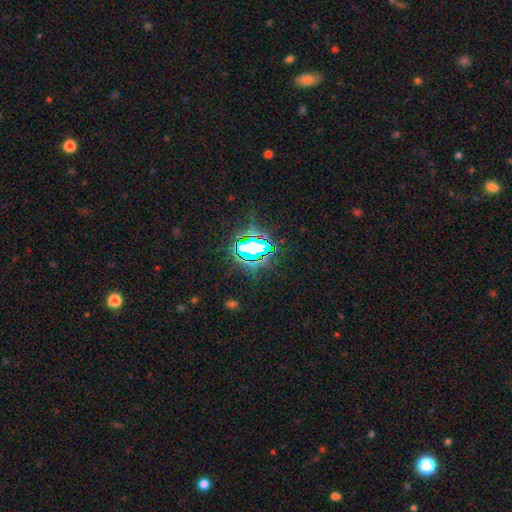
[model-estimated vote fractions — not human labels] Q: Smooth or featured?
A: star or artifact (80%); runner-up: smooth (12%)